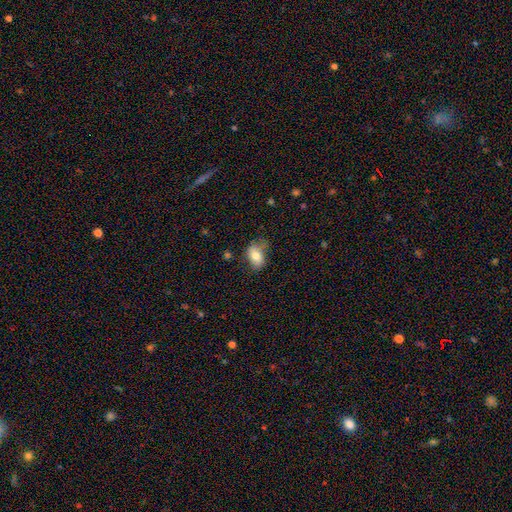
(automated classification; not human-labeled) Overall: smooth (67%). How rounded: in between (83%). Merging: none (55%; minor disturbance 32%).